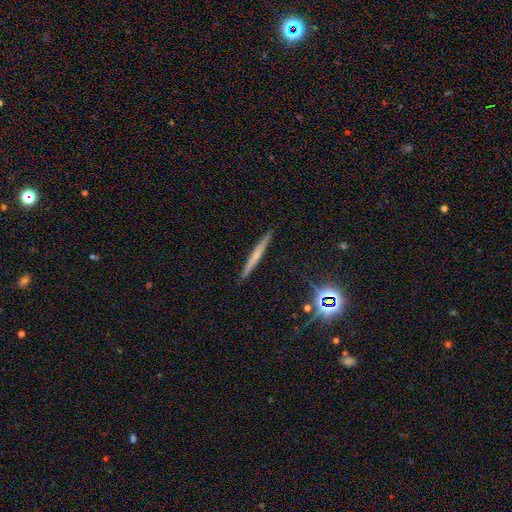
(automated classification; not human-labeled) A featured or disk galaxy (44%). Merging: none (90%).